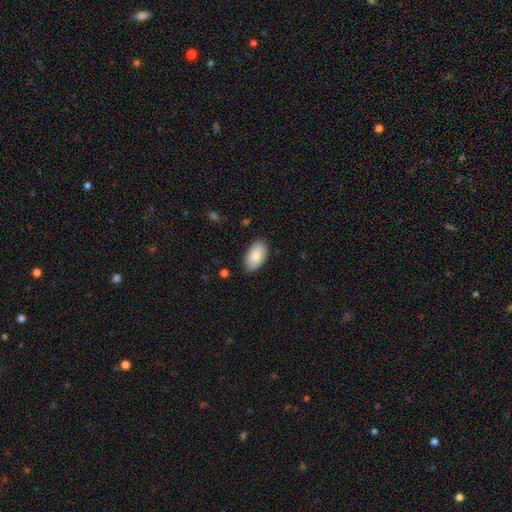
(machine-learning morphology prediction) smooth_or_featured: smooth (p=0.85) [alt: featured or disk p=0.09]
how_rounded: in between (p=0.95) [alt: round p=0.04]
merging: none (p=0.83) [alt: minor disturbance p=0.13]